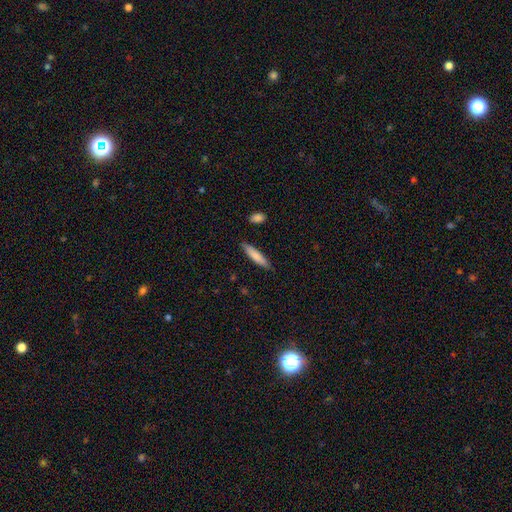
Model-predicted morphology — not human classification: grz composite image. It shows a smooth galaxy with no disk features (78%) that is cigar-shaped (85%). Merging: none (86%).